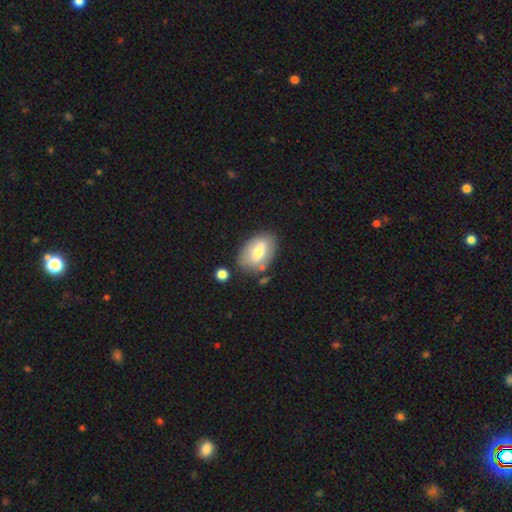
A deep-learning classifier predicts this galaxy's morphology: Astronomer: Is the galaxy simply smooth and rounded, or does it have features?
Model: smooth — 65%.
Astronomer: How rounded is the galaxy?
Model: in between — 89%.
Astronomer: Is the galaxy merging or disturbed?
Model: none — 72%.